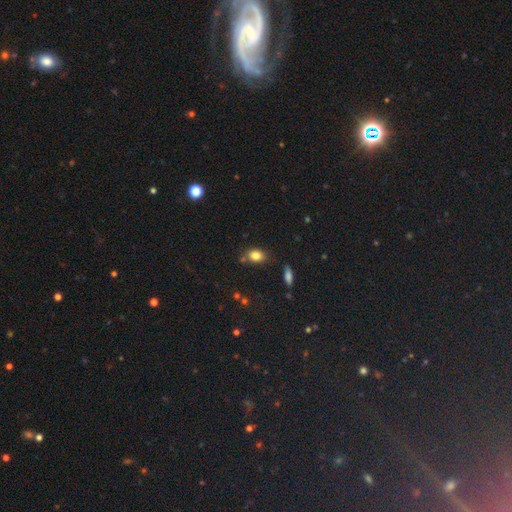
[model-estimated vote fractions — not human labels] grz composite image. It shows a smooth galaxy with no disk features (81%) that is in between round and cigar-shaped (68%). Merging: none (70%).